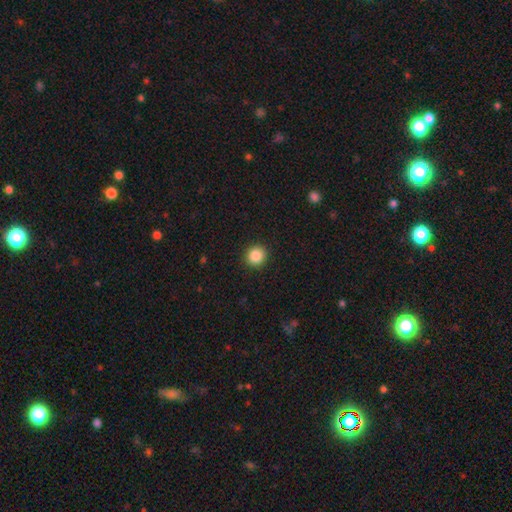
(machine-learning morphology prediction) smooth_or_featured: smooth (p=0.87) [alt: star or artifact p=0.10]
how_rounded: round (p=0.91) [alt: in between p=0.08]
merging: none (p=0.92) [alt: minor disturbance p=0.05]